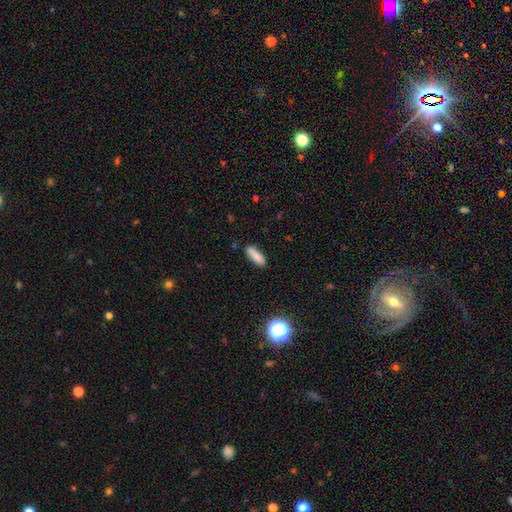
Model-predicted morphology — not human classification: Smooth or featured?
  - smooth: 82% *
  - featured or disk: 9%
  - star or artifact: 8%
How rounded?
  - cigar-shaped: 51% *
  - in between: 46%
  - round: 2%
Merging?
  - none: 84% *
  - minor disturbance: 11%
  - merger: 2%
  - major disturbance: 2%